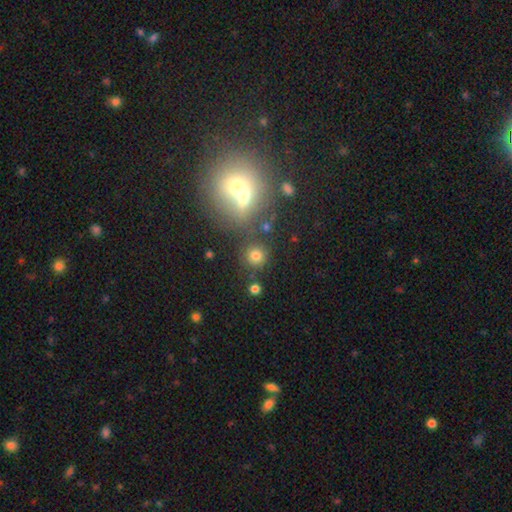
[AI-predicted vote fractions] Smooth or featured? Predicted: smooth (p=0.73). How rounded? Predicted: round (p=0.90). Merging? Predicted: none (p=0.77).